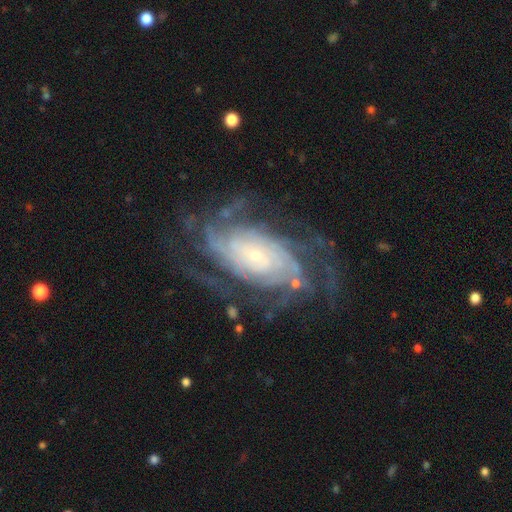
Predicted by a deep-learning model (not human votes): A featured or disk galaxy (89%) with no bar (66%), tight (66%) spiral arms (97%) and a small central bulge (74%). Merging: none (70%).